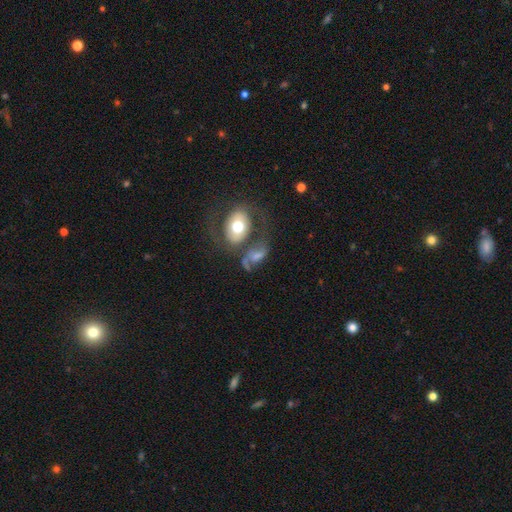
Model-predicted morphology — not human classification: type=featured or disk (54%); edge-on=no (95%); bar=no (56%); spiral arms=yes (72%); bulge=moderate (54%); merging=none (32%).